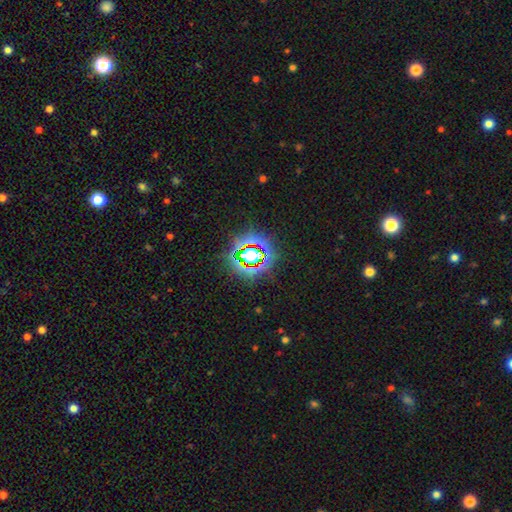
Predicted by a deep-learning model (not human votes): This is likely a star or artifact rather than a galaxy (78%).